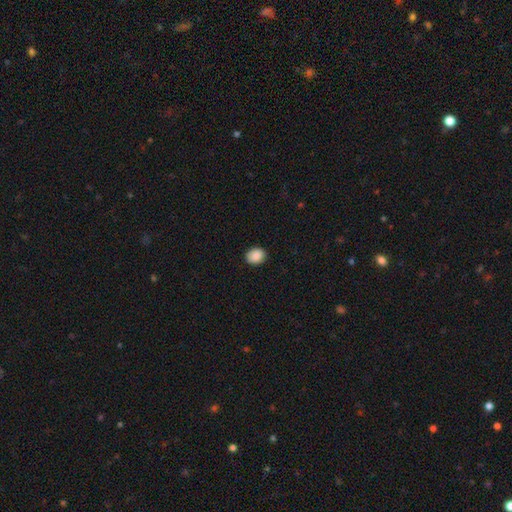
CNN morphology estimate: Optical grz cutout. It shows a smooth galaxy with no disk features (89%) that is round (51%). Merging: none (89%).